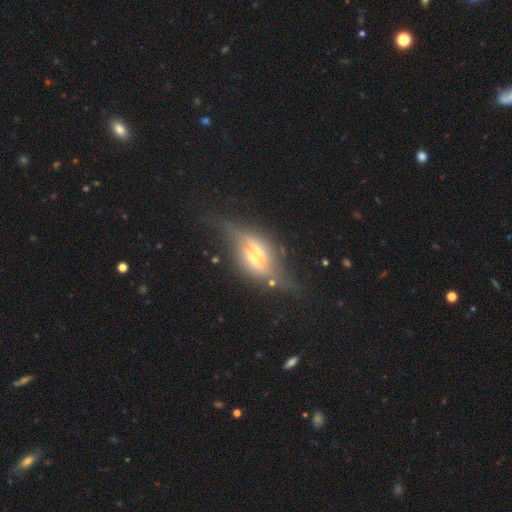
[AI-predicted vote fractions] This appears to be a featured or disk galaxy (81%). Merging: none (59%).